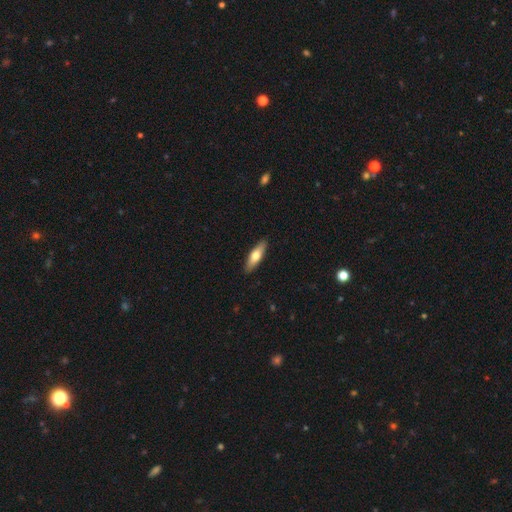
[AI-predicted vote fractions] Q: Smooth or featured?
A: smooth (64%); runner-up: featured or disk (31%)
Q: How rounded?
A: cigar-shaped (56%); runner-up: in between (42%)
Q: Merging?
A: none (90%); runner-up: minor disturbance (7%)